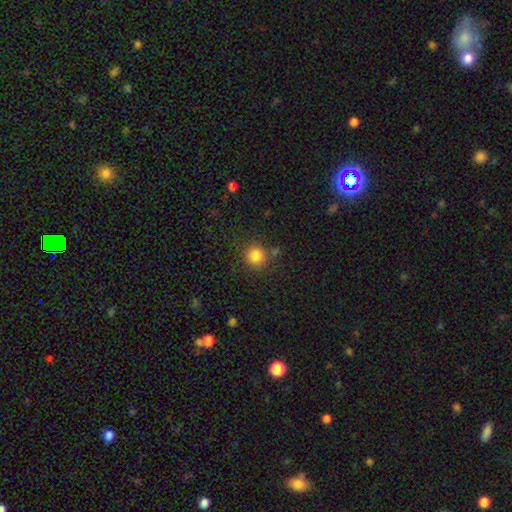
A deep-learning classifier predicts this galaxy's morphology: Smooth or featured? smooth (83%)
How rounded? round (91%)
Merging? none (81%)